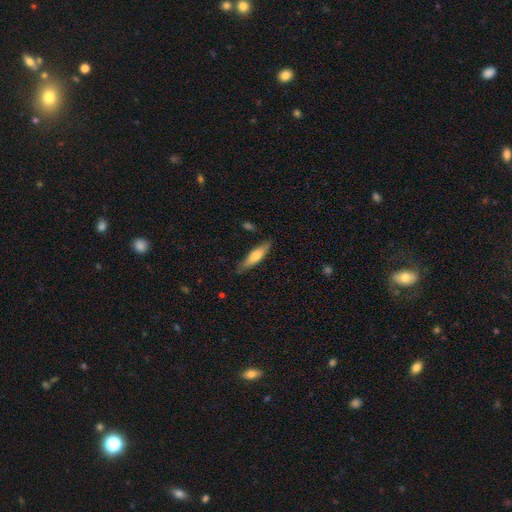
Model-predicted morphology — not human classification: smooth 58%, featured or disk 36%, star or artifact 6%. Down the decision tree: how rounded — cigar-shaped (75%); merging — none (82%).